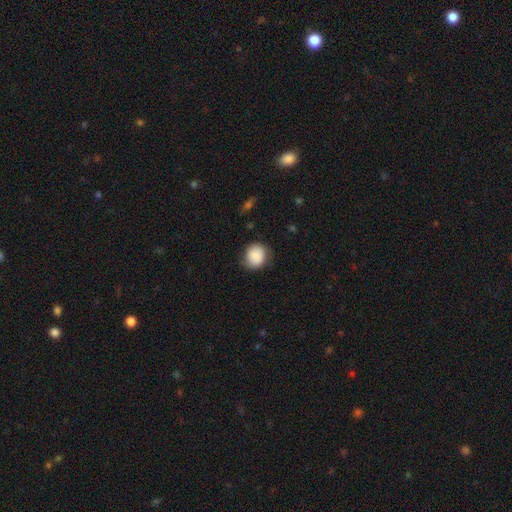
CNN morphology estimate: smooth 86%, star or artifact 7%, featured or disk 7%. Down the decision tree: how rounded — round (76%); merging — none (75%).